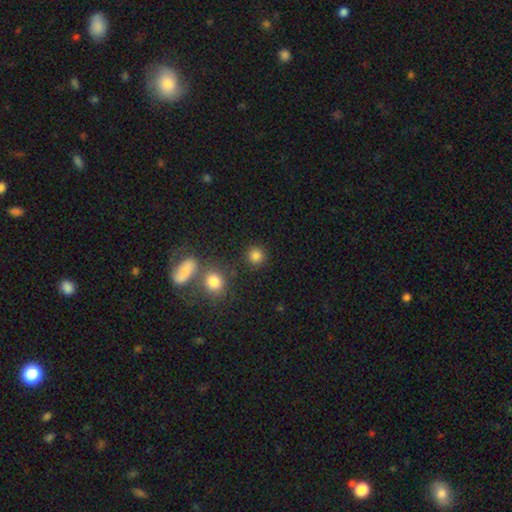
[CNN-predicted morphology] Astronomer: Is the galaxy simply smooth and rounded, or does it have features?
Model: smooth — 83%.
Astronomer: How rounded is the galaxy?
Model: round — 91%.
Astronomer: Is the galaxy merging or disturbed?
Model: none — 84%.